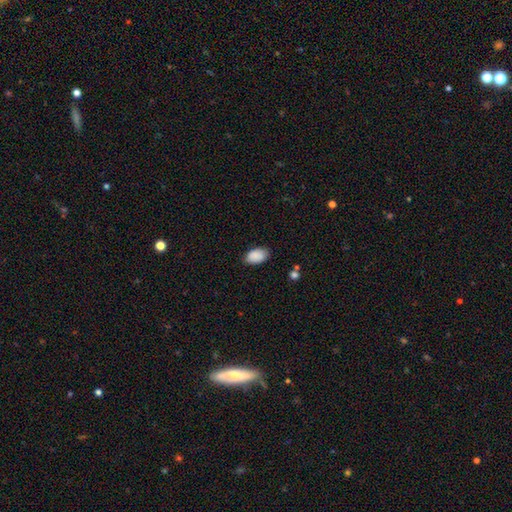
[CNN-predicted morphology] Overall: smooth (90%). How rounded: in between (92%). Merging: none (83%).